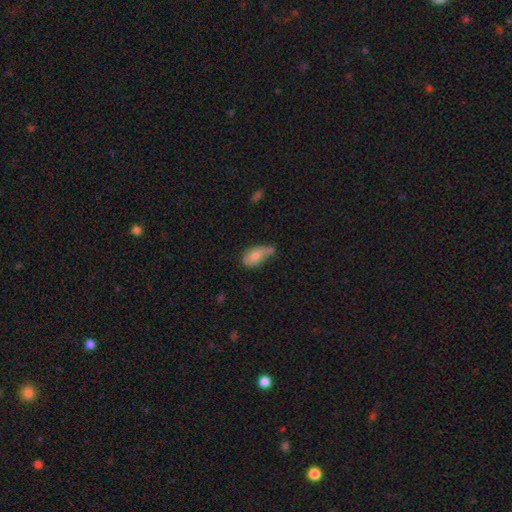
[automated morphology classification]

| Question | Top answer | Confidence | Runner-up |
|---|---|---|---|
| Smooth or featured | smooth | 73% | featured or disk (19%) |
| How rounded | in between | 90% | round (6%) |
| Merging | minor disturbance | 39% | none (32%) |